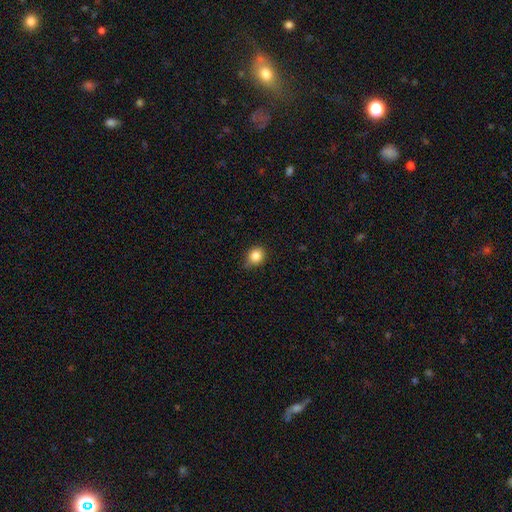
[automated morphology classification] A smooth galaxy with no disk features (84%) that is round (76%). Merging: none (75%).